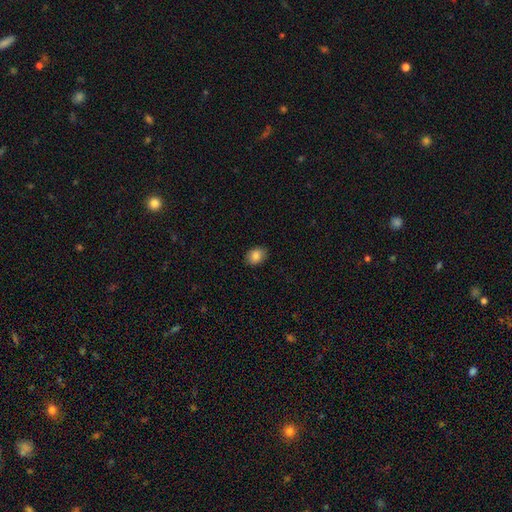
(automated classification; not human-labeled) Smooth or featured? Predicted: smooth (p=0.85). How rounded? Predicted: in between (p=0.73). Merging? Predicted: none (p=0.88).